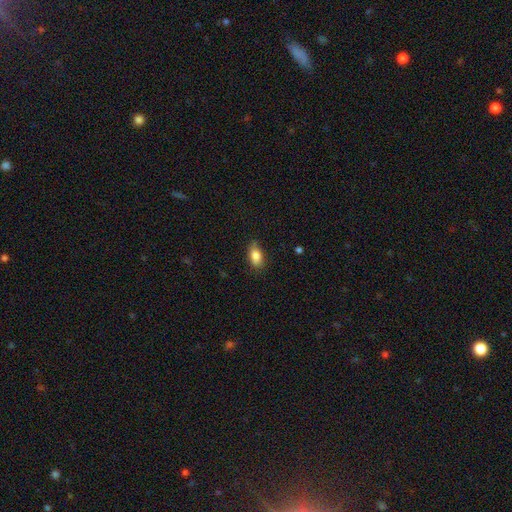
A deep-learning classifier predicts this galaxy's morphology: A smooth galaxy with no disk features (83%) that is in between round and cigar-shaped (87%). Merging: none (76%).